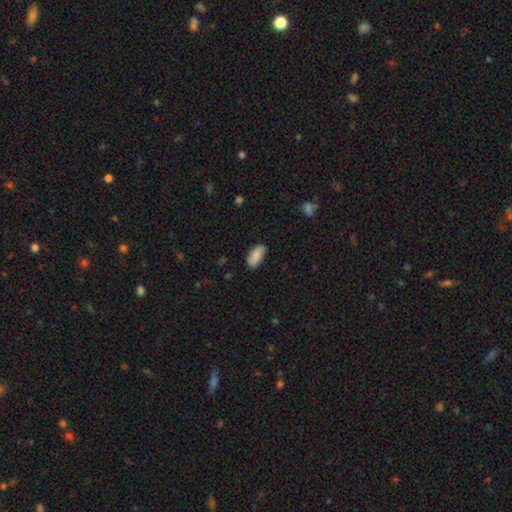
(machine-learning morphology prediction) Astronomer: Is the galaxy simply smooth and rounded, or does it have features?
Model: smooth — 83%.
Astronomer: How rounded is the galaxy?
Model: in between — 92%.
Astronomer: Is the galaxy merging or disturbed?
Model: none — 82%.